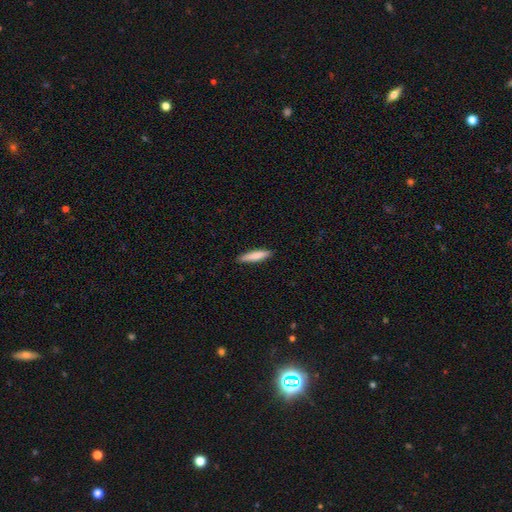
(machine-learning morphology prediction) Q: Smooth or featured?
A: smooth (81%); runner-up: featured or disk (13%)
Q: How rounded?
A: cigar-shaped (85%); runner-up: in between (14%)
Q: Merging?
A: none (89%); runner-up: minor disturbance (9%)